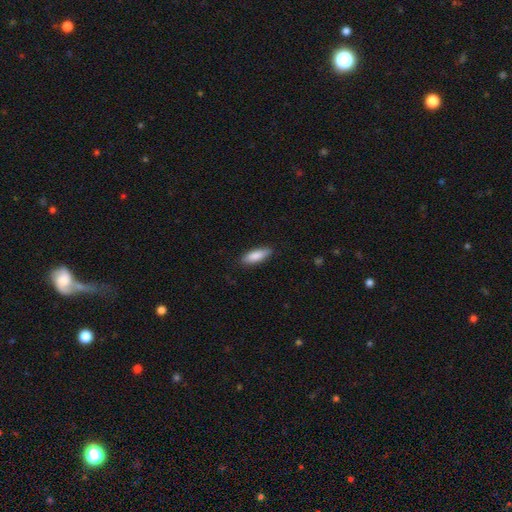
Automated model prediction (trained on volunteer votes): The model was most divided on "how rounded": in between: 65%, cigar-shaped: 33%, round: 2%. More confident: smooth or featured — smooth (87%); merging — none (85%).